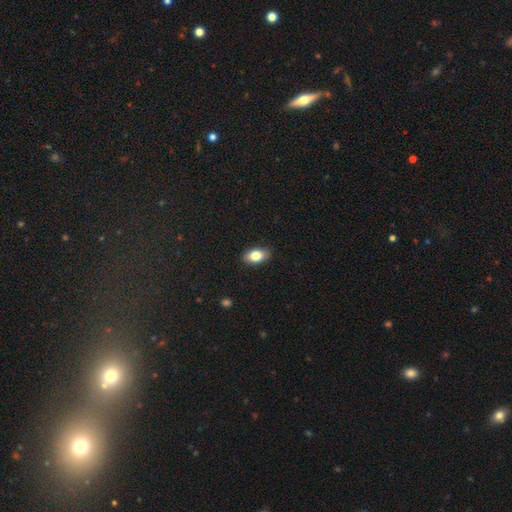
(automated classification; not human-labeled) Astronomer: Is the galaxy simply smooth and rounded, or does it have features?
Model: smooth — 81%.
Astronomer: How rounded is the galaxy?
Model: in between — 89%.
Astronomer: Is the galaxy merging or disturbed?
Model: none — 88%.